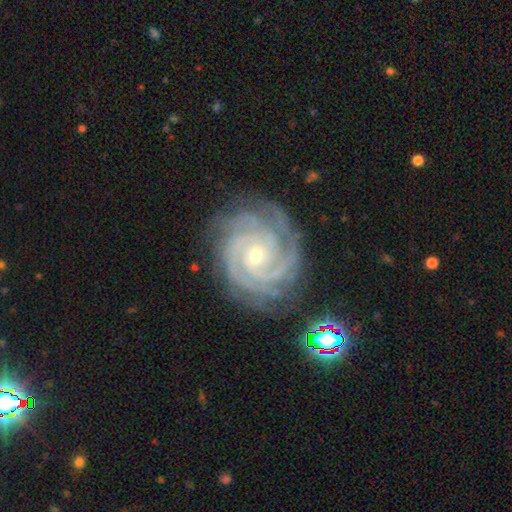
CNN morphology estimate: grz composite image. It shows a featured or disk galaxy (91%) with no bar (64%), 4 (31%) tight (80%) spiral arms (99%) and a small central bulge (68%). Merging: none (79%).